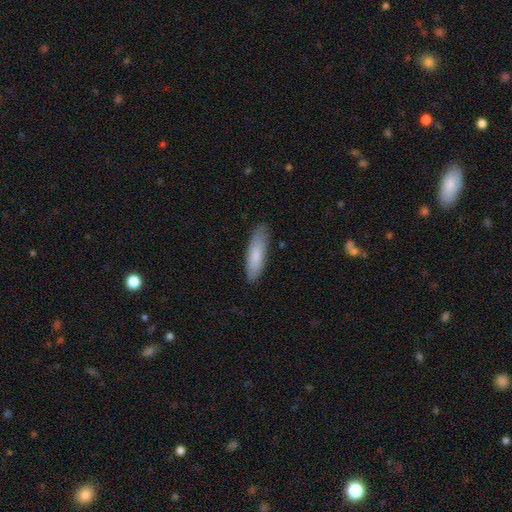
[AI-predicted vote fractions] This is clearly a smooth galaxy (81%). How rounded: likely cigar-shaped (61%). Merging: clearly none (81%).